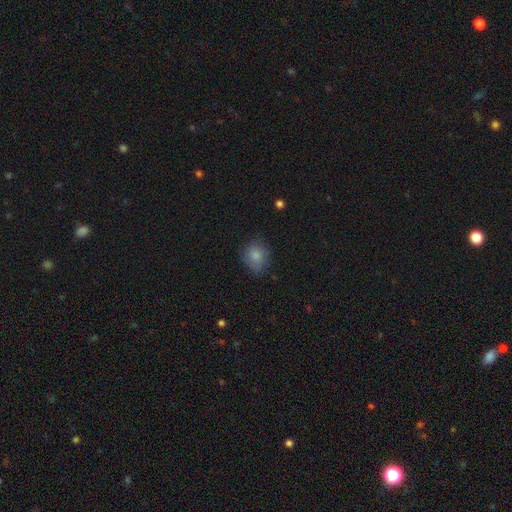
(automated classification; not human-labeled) smooth_or_featured: smooth (p=0.82) [alt: featured or disk p=0.09]
how_rounded: round (p=0.69) [alt: in between p=0.30]
merging: none (p=0.70) [alt: minor disturbance p=0.22]